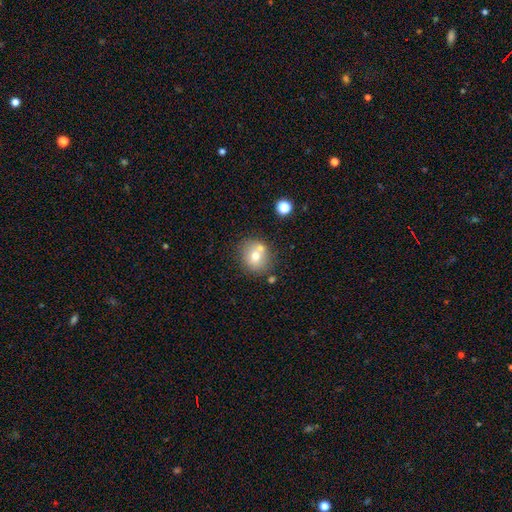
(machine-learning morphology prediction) A smooth galaxy with no disk features (68%) that is round (79%).

Vote fractions:
- Smooth or featured? smooth: 68% / featured or disk: 21% / star or artifact: 12%
- How rounded? round: 79% / in between: 21% / cigar-shaped: 1%
- Merging? none: 61% / merger: 23% / minor disturbance: 12% / major disturbance: 3%